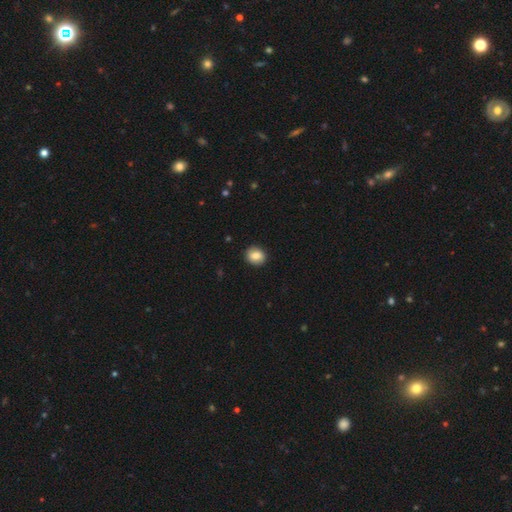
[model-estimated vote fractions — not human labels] A smooth galaxy with no disk features (83%) that is round (66%).

Vote fractions:
- Smooth or featured? smooth: 83% / featured or disk: 9% / star or artifact: 8%
- How rounded? round: 66% / in between: 33% / cigar-shaped: 1%
- Merging? none: 90% / minor disturbance: 8% / major disturbance: 2% / merger: 1%